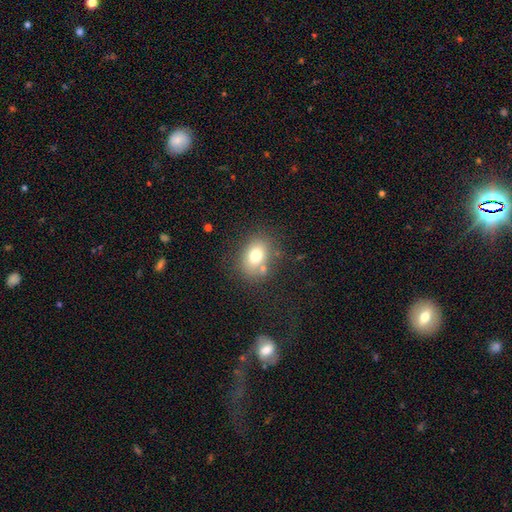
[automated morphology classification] Smooth or featured: smooth — 75% (featured or disk — 14%)
How rounded: in between — 64% (round — 35%)
Merging: none — 72% (minor disturbance — 14%)